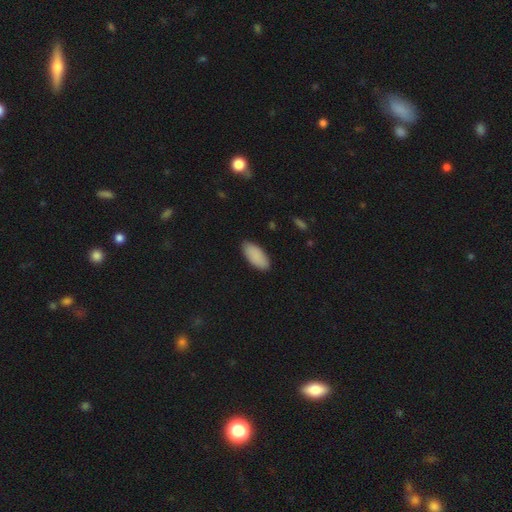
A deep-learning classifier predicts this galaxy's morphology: smooth 89%, star or artifact 6%, featured or disk 5%. Down the decision tree: how rounded — in between (90%); merging — none (87%).